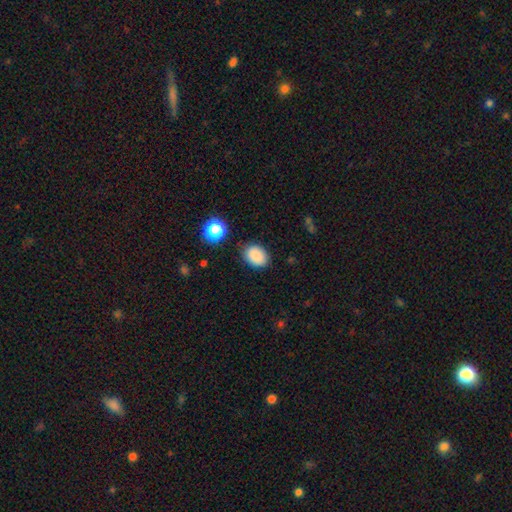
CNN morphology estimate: Smooth or featured?
  - smooth: 86% *
  - star or artifact: 9%
  - featured or disk: 5%
How rounded?
  - in between: 71% *
  - round: 28%
  - cigar-shaped: 1%
Merging?
  - none: 82% *
  - minor disturbance: 13%
  - major disturbance: 3%
  - merger: 2%